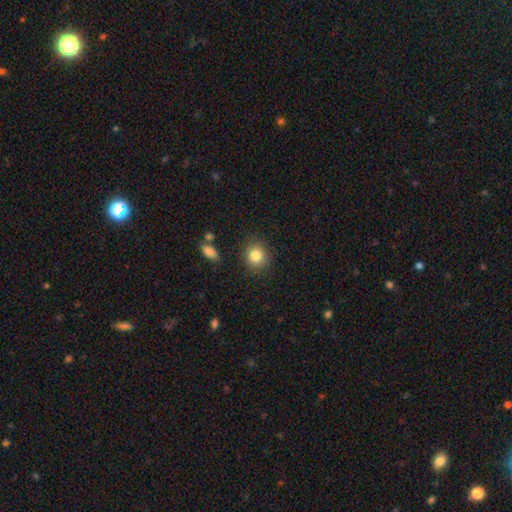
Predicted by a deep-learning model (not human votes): Smooth or featured? smooth (84%)
How rounded? round (82%)
Merging? none (86%)